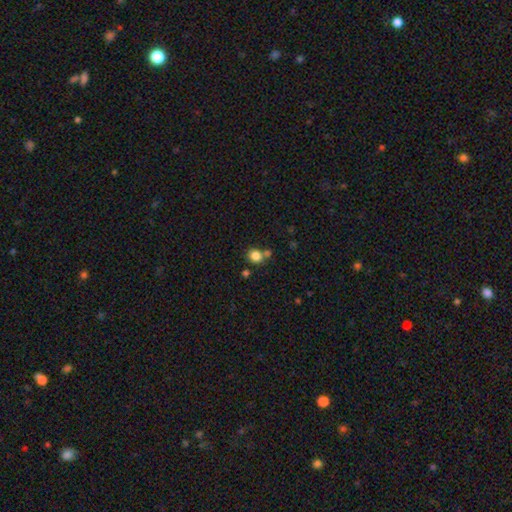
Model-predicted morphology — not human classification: The model was most divided on "merging": none: 65%, merger: 21%, minor disturbance: 10%, major disturbance: 4%. More confident: smooth or featured — smooth (83%); how rounded — round (80%).